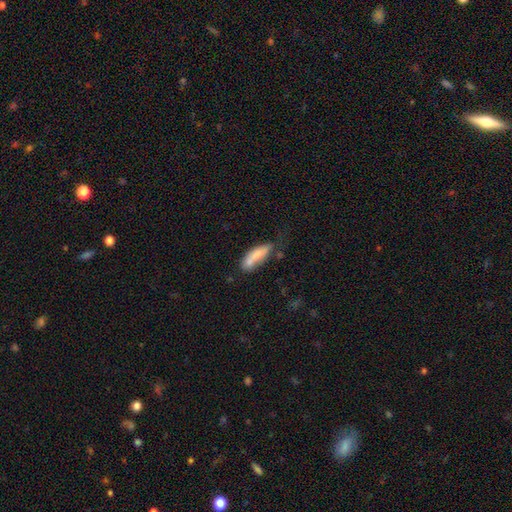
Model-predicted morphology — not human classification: Smooth or featured? Predicted: smooth (p=0.76). How rounded? Predicted: cigar-shaped (p=0.52). Merging? Predicted: none (p=0.43).